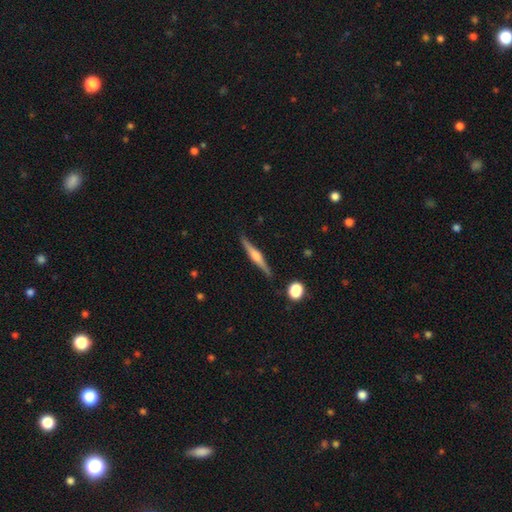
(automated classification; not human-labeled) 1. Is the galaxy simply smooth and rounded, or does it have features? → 72% featured or disk, 22% smooth, 6% star or artifact.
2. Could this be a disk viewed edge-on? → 98% yes, 2% no.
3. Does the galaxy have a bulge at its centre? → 85% rounded, 10% boxy, 5% none.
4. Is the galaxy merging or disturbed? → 88% none, 8% minor disturbance, 2% merger, 2% major disturbance.